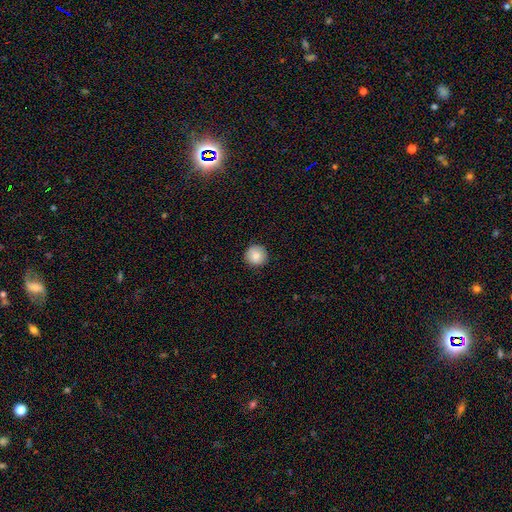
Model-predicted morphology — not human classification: Overall: smooth (86%). How rounded: round (95%). Merging: none (91%).